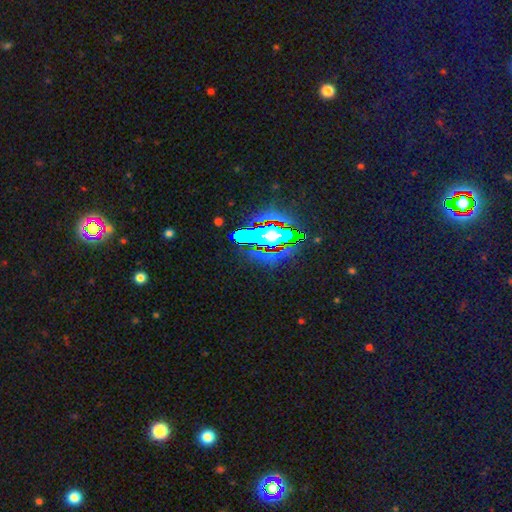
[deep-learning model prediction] Smooth or featured?
  - star or artifact: 82% *
  - smooth: 9%
  - featured or disk: 9%